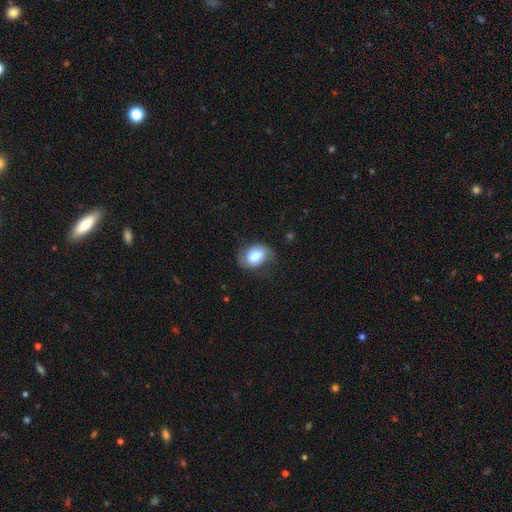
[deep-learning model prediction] The model was most divided on "smooth or featured": smooth: 66%, featured or disk: 27%, star or artifact: 7%. More confident: how rounded — in between (70%); merging — none (64%).